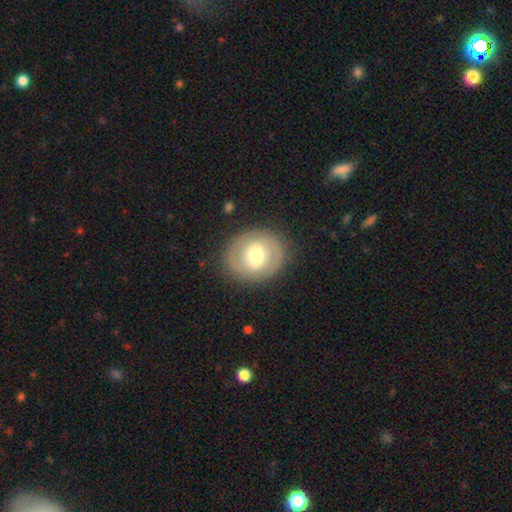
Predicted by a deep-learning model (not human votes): Overall: smooth (48%; featured or disk 45%). Merging: none (84%).